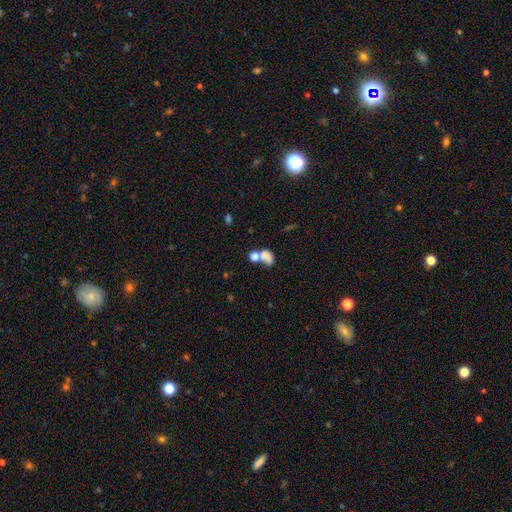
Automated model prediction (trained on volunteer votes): Smooth or featured? smooth (73%)
How rounded? in between (59%)
Merging? merger (63%)